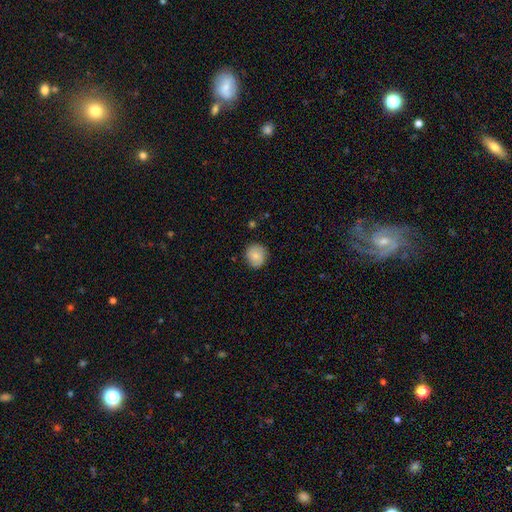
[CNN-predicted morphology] A smooth galaxy with no disk features (79%) that is round (86%).

Vote fractions:
- Smooth or featured? smooth: 79% / featured or disk: 14% / star or artifact: 8%
- How rounded? round: 86% / in between: 13% / cigar-shaped: 1%
- Merging? none: 80% / minor disturbance: 15% / major disturbance: 3% / merger: 1%